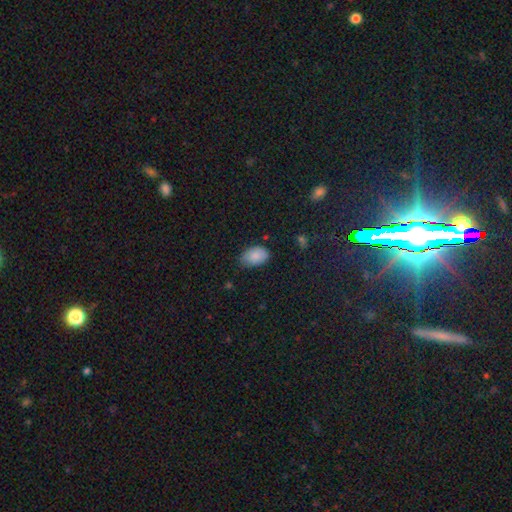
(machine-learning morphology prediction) type=smooth (86%); roundness=in between (89%); merging=none (67%).